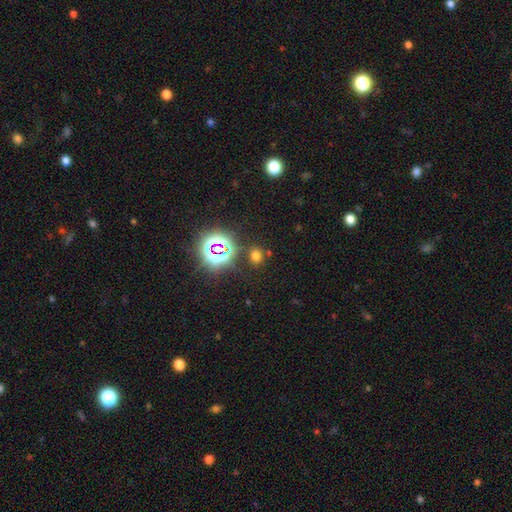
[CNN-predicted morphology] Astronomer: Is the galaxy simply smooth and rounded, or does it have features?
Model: smooth — 58% (runner-up: star or artifact, 35%).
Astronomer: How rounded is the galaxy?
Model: round — 63%.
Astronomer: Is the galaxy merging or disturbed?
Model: none — 82%.